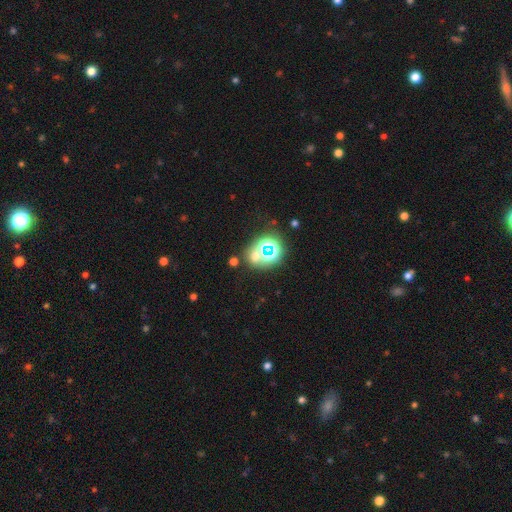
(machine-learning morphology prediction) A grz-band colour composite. It shows a star or artifact, not a galaxy (54%).